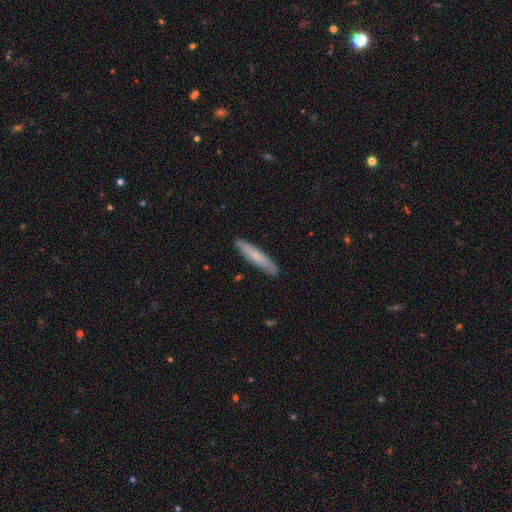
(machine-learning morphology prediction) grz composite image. It shows a smooth galaxy with no disk features (65%) that is cigar-shaped (90%). Merging: none (88%).